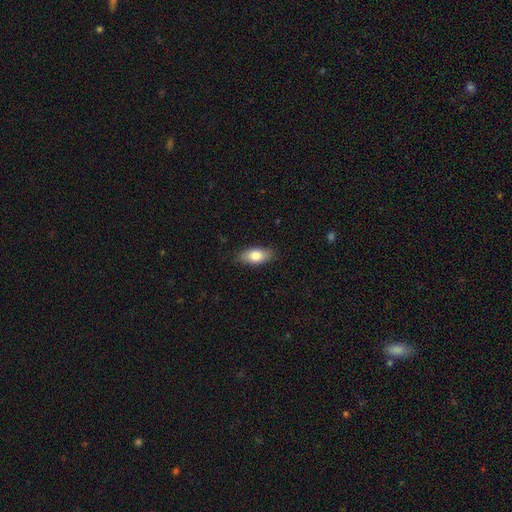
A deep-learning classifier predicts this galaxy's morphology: This appears to be a smooth galaxy with no disk features (80%) that is in between round and cigar-shaped (88%). Merging: none (85%).